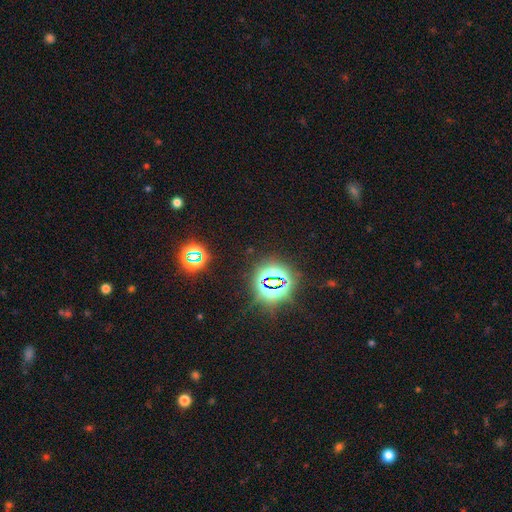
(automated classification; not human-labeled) Q: Smooth or featured?
A: star or artifact (78%); runner-up: smooth (15%)